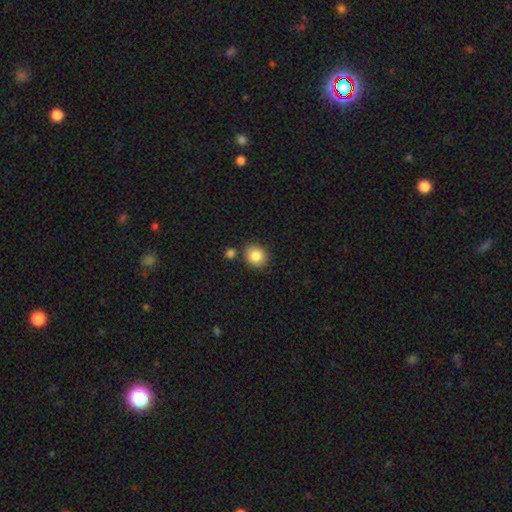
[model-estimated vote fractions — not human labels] A smooth galaxy with no disk features (85%) that is round (78%).

Vote fractions:
- Smooth or featured? smooth: 85% / star or artifact: 9% / featured or disk: 6%
- How rounded? round: 78% / in between: 21% / cigar-shaped: 1%
- Merging? none: 79% / minor disturbance: 10% / merger: 9% / major disturbance: 3%